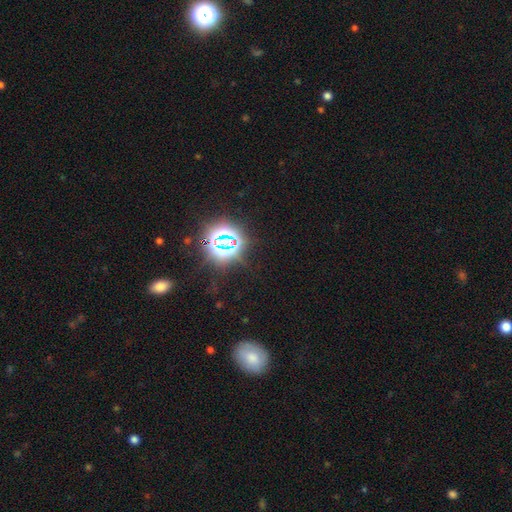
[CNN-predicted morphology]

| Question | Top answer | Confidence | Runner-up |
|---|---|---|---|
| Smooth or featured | star or artifact | 78% | smooth (14%) |